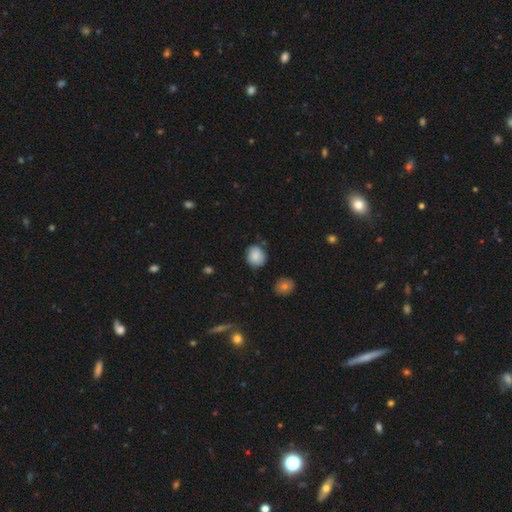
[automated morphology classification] A smooth galaxy with no disk features (83%) that is round (76%). Merging: none (74%).